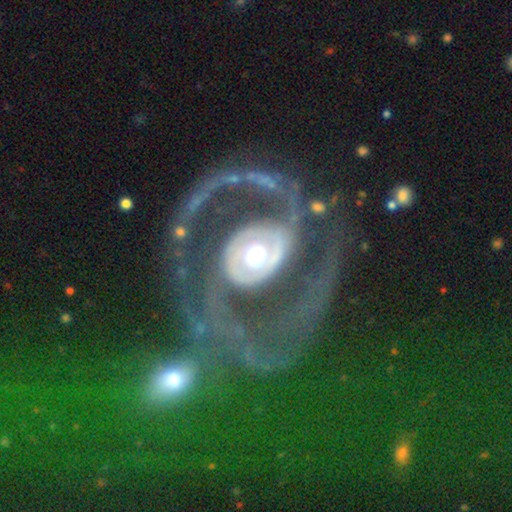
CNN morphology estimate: A featured or disk galaxy (84%) with no bar (68%), 2 (68%) medium (38%) spiral arms (76%) and a moderate central bulge (63%).

Vote fractions:
- Smooth or featured? featured or disk: 84% / smooth: 11% / star or artifact: 5%
- Edge-on disk? no: 96% / yes: 4%
- Bar? no: 68% / weak: 18% / strong: 14%
- Spiral arms? yes: 76% / no: 24%
- Spiral winding? medium: 38% / loose: 36% / tight: 27%
- Spiral arm count? 2: 68% / can't tell: 11% / 1: 8% / 3: 6% / 4: 4% / more than 4: 4%
- Bulge size? moderate: 63% / large: 26% / small: 7% / dominant: 3% / none: 2%
- Merging? none: 55% / major disturbance: 25% / minor disturbance: 15% / merger: 5%